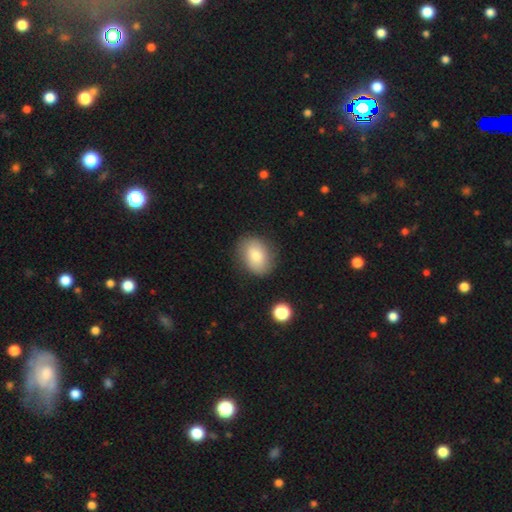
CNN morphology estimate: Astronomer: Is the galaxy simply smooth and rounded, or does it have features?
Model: smooth — 78%.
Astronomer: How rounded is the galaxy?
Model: in between — 67%.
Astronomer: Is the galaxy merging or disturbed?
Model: none — 82%.